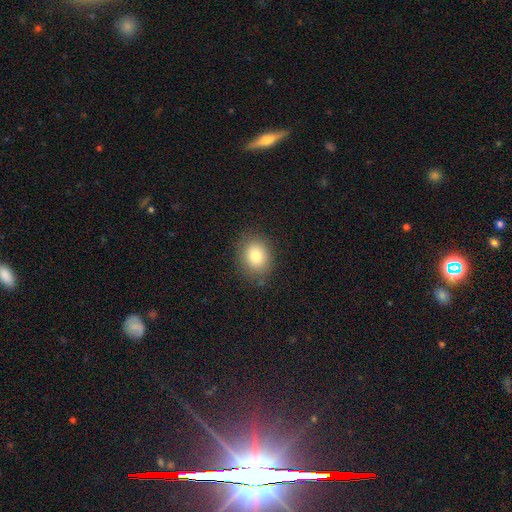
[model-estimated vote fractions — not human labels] Smooth or featured? Predicted: smooth (p=0.83). How rounded? Predicted: round (p=0.56). Merging? Predicted: none (p=0.84).